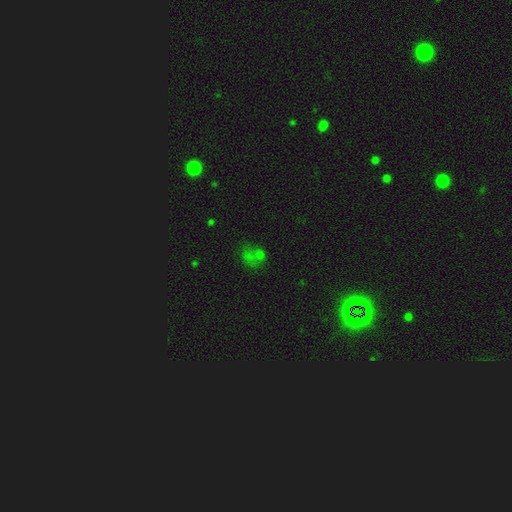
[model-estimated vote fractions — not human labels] Smooth or featured? Predicted: smooth (p=0.50). How rounded? Predicted: round (p=0.57). Merging? Predicted: none (p=0.42).